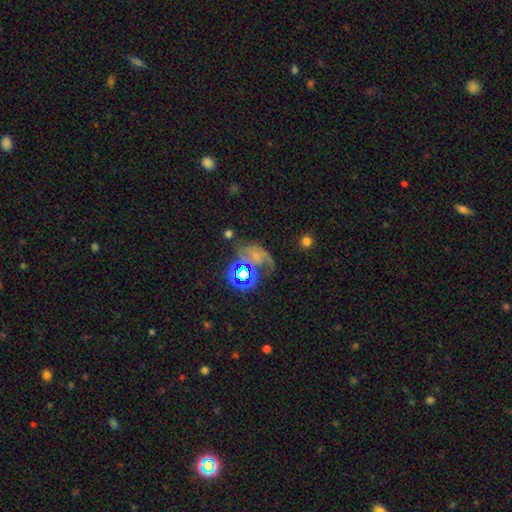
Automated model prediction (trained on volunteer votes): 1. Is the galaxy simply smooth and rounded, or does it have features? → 37% featured or disk, 32% star or artifact, 31% smooth.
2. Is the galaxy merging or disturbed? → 33% major disturbance, 31% none, 18% minor disturbance, 18% merger.